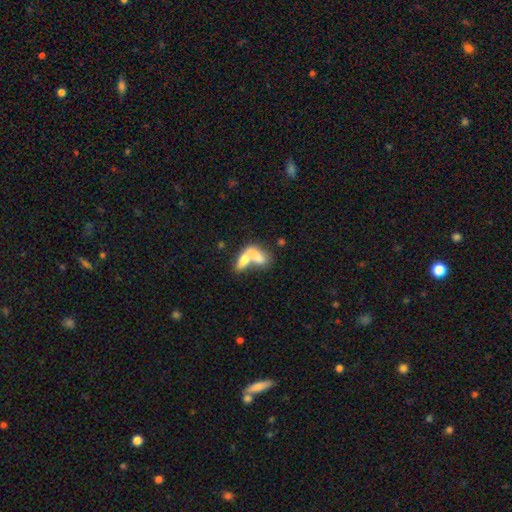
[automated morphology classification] This is likely a smooth galaxy (72%). How rounded: likely in between (76%). Merging: likely merger (68%).